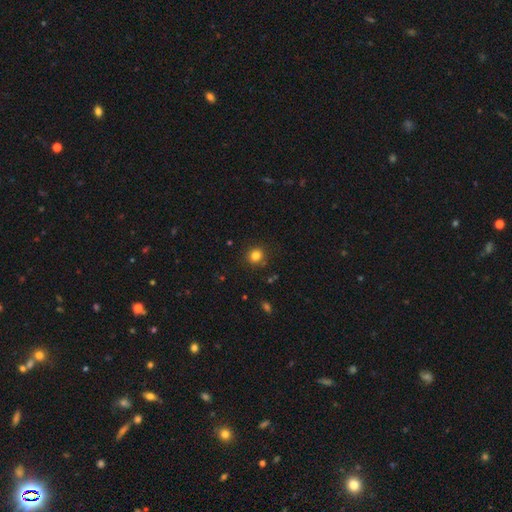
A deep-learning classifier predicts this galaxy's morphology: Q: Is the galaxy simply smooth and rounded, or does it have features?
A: smooth — 82%.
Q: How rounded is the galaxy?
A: round — 84%.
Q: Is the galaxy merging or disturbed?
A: none — 87%.